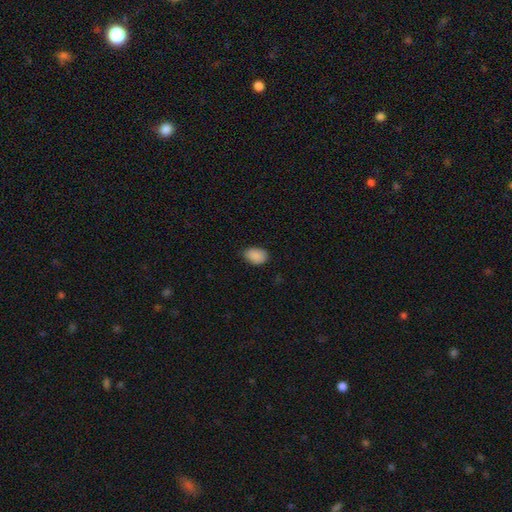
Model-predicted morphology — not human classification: smooth 89%, star or artifact 8%, featured or disk 3%. Down the decision tree: how rounded — in between (82%); merging — none (72%).